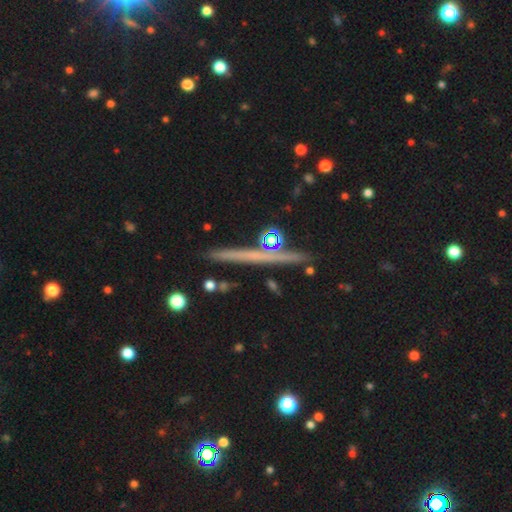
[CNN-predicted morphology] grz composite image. It shows a featured or disk galaxy (62%) viewed edge-on (96%) with no central bulge (62%). Merging: none (85%).